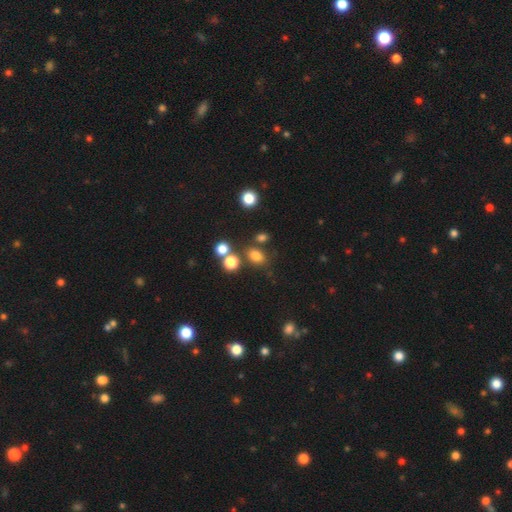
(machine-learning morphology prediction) smooth 77%, star or artifact 17%, featured or disk 7%. Down the decision tree: how rounded — in between (62%); merging — none (70%).